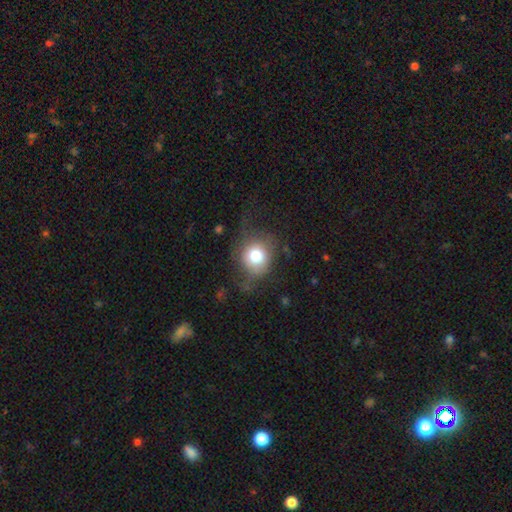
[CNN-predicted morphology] Smooth or featured? Predicted: smooth (p=0.74). How rounded? Predicted: round (p=0.82). Merging? Predicted: none (p=0.56).